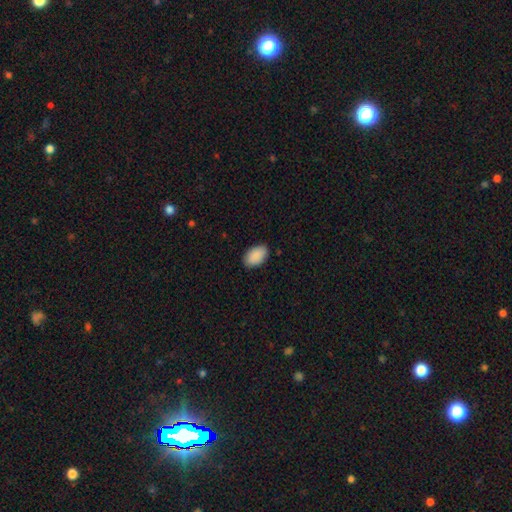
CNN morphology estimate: Smooth or featured? Predicted: smooth (p=0.91). How rounded? Predicted: in between (p=0.93). Merging? Predicted: none (p=0.87).